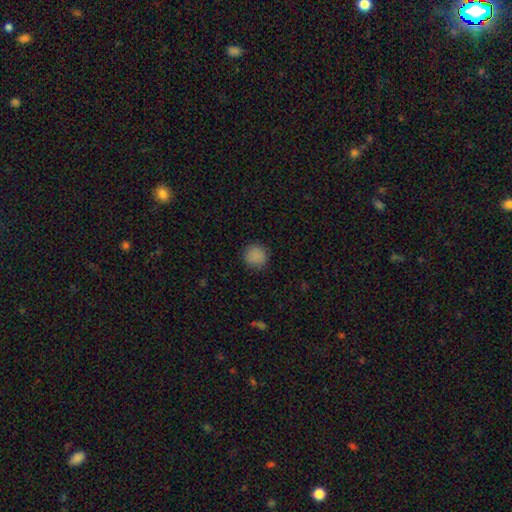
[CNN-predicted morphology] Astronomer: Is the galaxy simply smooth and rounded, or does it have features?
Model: smooth — 86%.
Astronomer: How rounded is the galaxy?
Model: round — 92%.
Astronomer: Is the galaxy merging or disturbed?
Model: none — 89%.